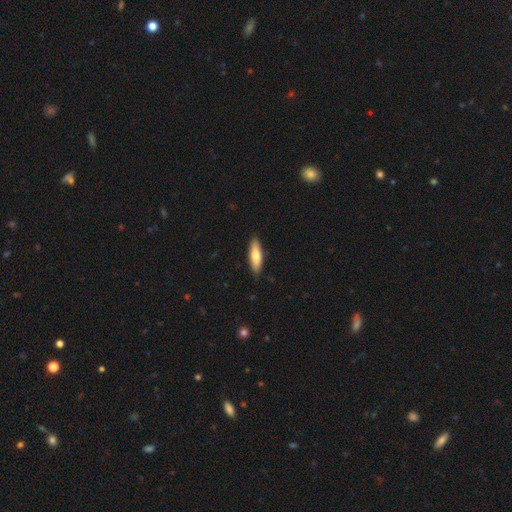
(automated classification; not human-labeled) Smooth or featured: smooth — 69% (featured or disk — 26%)
How rounded: cigar-shaped — 59% (in between — 40%)
Merging: none — 88% (minor disturbance — 10%)